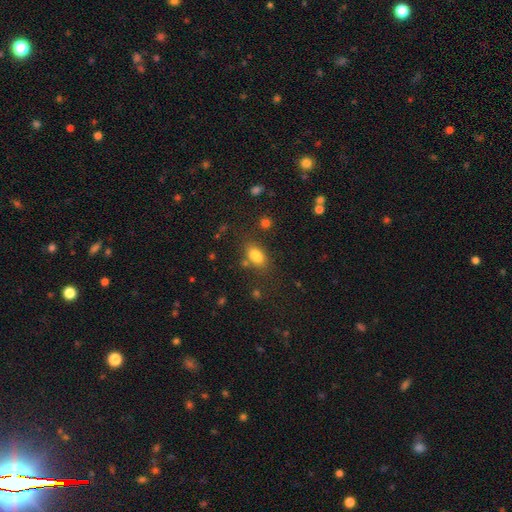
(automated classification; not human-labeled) Q: Smooth or featured?
A: smooth (82%); runner-up: star or artifact (10%)
Q: How rounded?
A: in between (86%); runner-up: round (9%)
Q: Merging?
A: none (70%); runner-up: minor disturbance (15%)